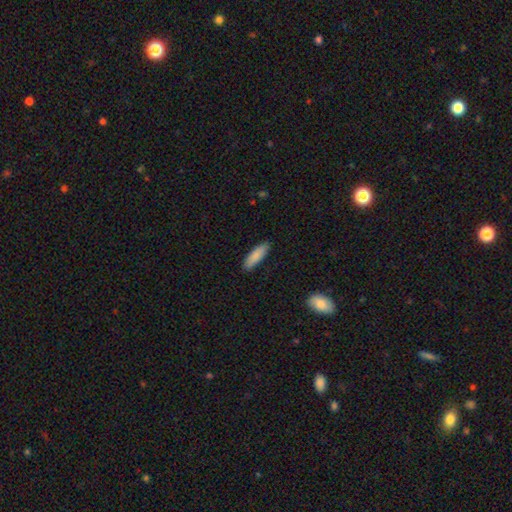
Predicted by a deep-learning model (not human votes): smooth_or_featured: smooth (p=0.86) [alt: featured or disk p=0.08]
how_rounded: cigar-shaped (p=0.53) [alt: in between p=0.46]
merging: none (p=0.89) [alt: minor disturbance p=0.08]